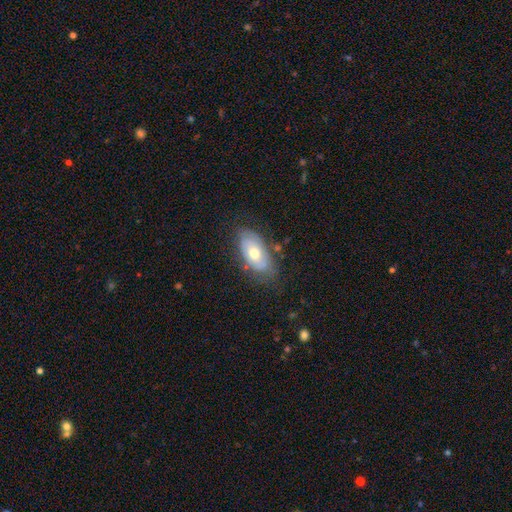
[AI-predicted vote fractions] A featured or disk galaxy (49%).

Vote fractions:
- Smooth or featured? featured or disk: 49% / smooth: 44% / star or artifact: 8%
- Merging? none: 73% / minor disturbance: 19% / major disturbance: 6% / merger: 2%